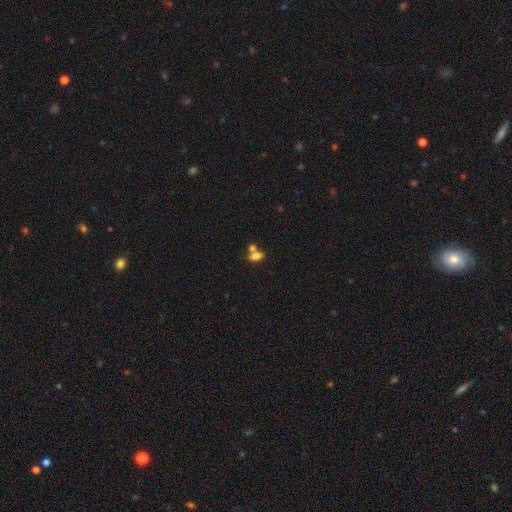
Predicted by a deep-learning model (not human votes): Morphology: type=smooth (78%); roundness=in between (83%); merging=none (45%).